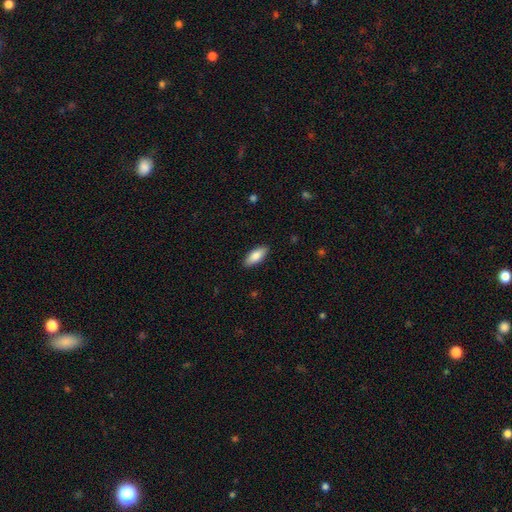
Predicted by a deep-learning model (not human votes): smooth_or_featured: smooth (p=0.82) [alt: featured or disk p=0.12]
how_rounded: in between (p=0.79) [alt: cigar-shaped p=0.19]
merging: none (p=0.88) [alt: minor disturbance p=0.09]